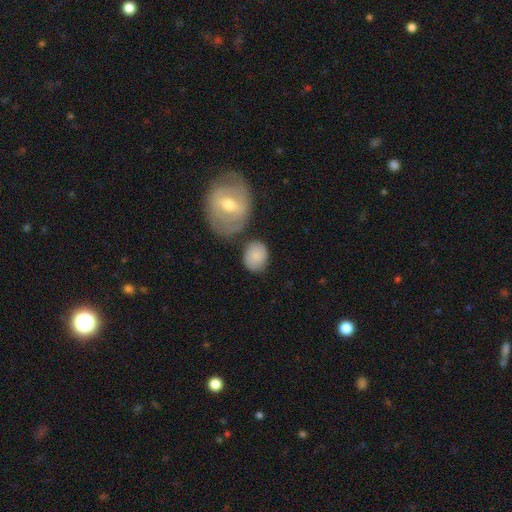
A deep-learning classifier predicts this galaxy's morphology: A smooth galaxy with no disk features (81%) that is round (49%, tied with in between). Merging: none (67%).